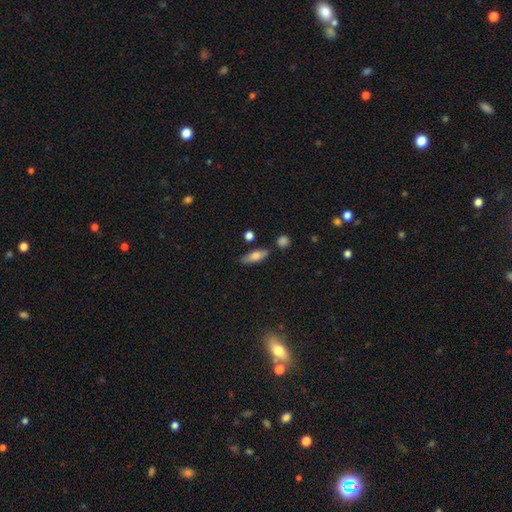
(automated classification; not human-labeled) smooth-or-featured: smooth: 73% | featured or disk: 20% | star or artifact: 7%
  how-rounded: in between: 59% | cigar-shaped: 38% | round: 3%
  merging: none: 77% | minor disturbance: 14% | merger: 5% | major disturbance: 3%